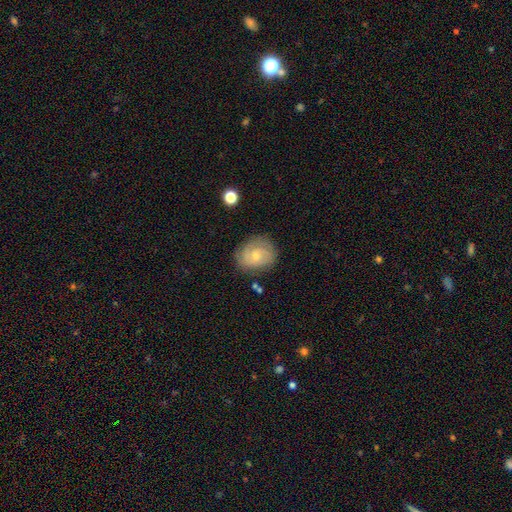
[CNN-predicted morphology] A featured or disk galaxy (63%) with no bar (71%), 2 (43%) tight (62%) spiral arms (88%) and a small central bulge (64%). Merging: none (76%).